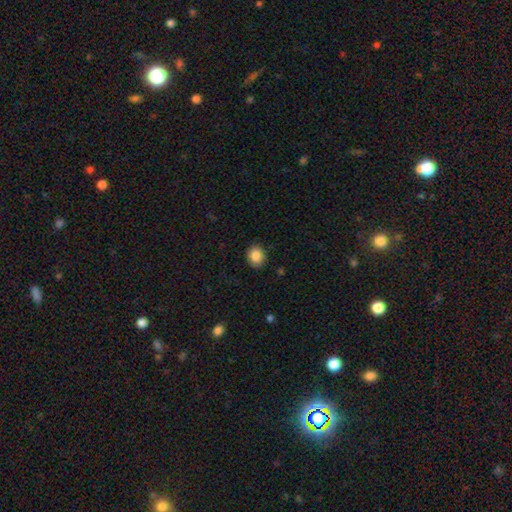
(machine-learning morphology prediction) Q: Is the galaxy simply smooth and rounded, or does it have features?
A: smooth — 87%.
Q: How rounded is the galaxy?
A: round — 59%.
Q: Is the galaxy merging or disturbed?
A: none — 88%.